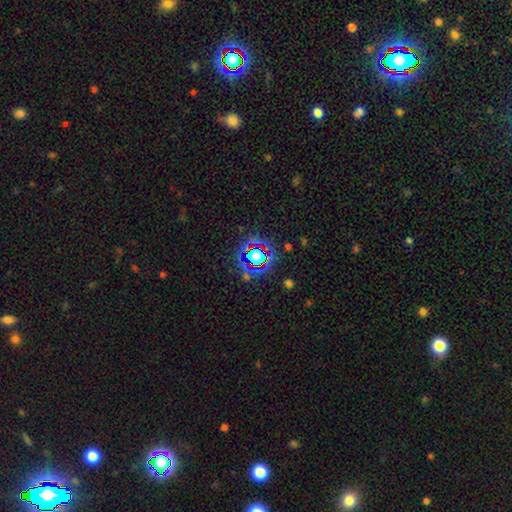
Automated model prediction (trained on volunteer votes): smooth-or-featured: star or artifact: 62% | smooth: 26% | featured or disk: 12%